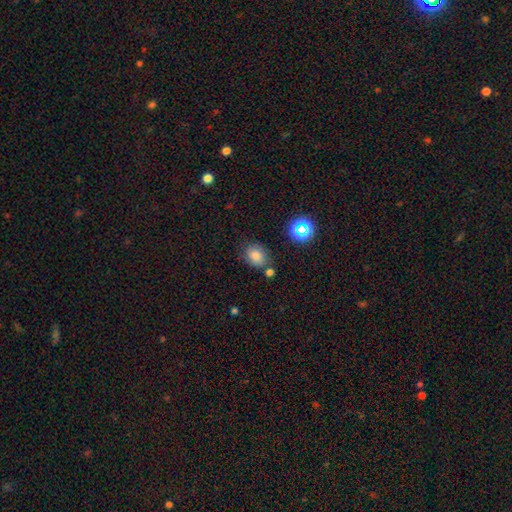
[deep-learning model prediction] smooth-or-featured: smooth: 76% | star or artifact: 15% | featured or disk: 9%
  how-rounded: in between: 52% | round: 47% | cigar-shaped: 1%
  merging: none: 71% | minor disturbance: 16% | merger: 8% | major disturbance: 5%